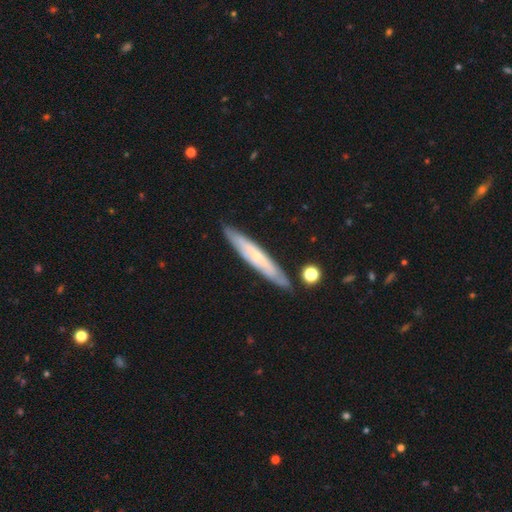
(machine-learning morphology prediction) type=featured or disk (59%); edge-on=yes (72%); merging=none (84%).